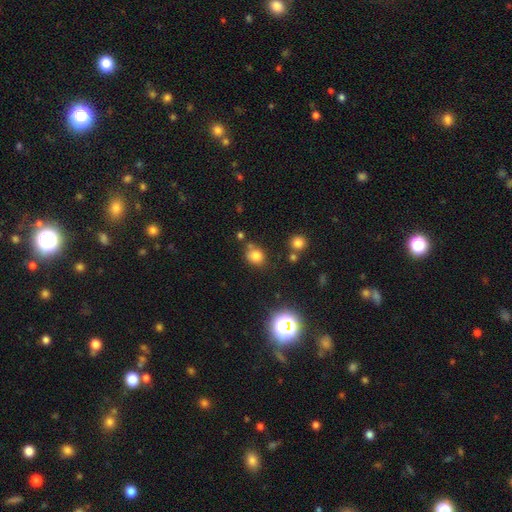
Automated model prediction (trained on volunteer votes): Q: Smooth or featured?
A: smooth (77%); runner-up: star or artifact (16%)
Q: How rounded?
A: round (66%); runner-up: in between (33%)
Q: Merging?
A: none (68%); runner-up: minor disturbance (17%)